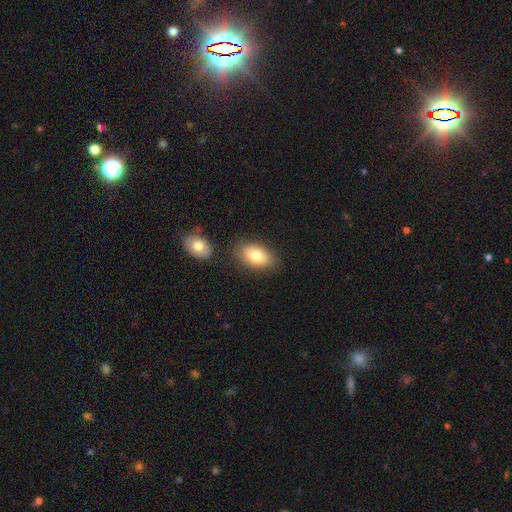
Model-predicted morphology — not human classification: Q: Smooth or featured?
A: smooth (81%); runner-up: featured or disk (12%)
Q: How rounded?
A: in between (91%); runner-up: round (7%)
Q: Merging?
A: none (74%); runner-up: minor disturbance (14%)